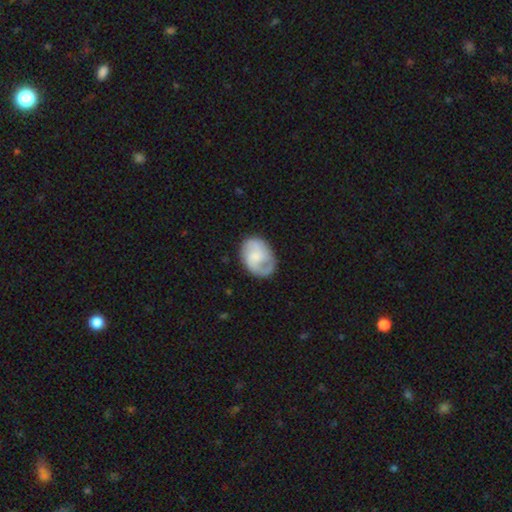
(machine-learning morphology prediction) This is likely a featured or disk galaxy (60%). It is clearly not viewed edge-on (98%). Bar: possibly no (59%). Spiral arm pattern: clearly yes (87%). Spiral arm count: likely 2 (66%). Spiral winding: possibly medium (46%). Central bulge: marginally small (36%). Merging: likely none (67%).